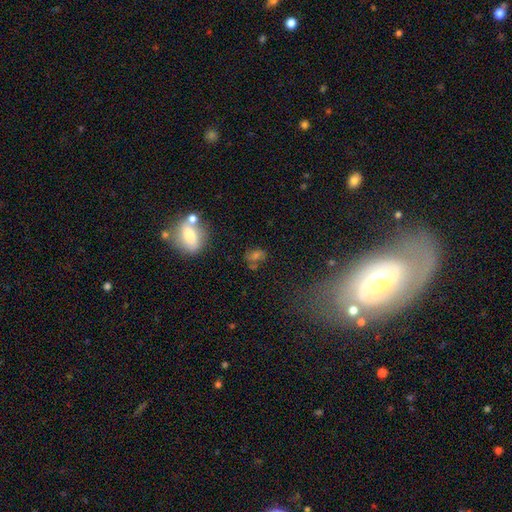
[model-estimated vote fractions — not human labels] Smooth or featured? smooth (59%)
How rounded? in between (61%)
Merging? none (59%)